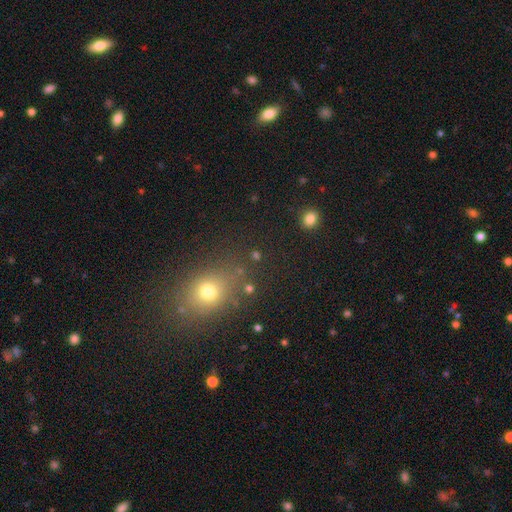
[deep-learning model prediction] Smooth or featured?
  - smooth: 62% *
  - star or artifact: 29%
  - featured or disk: 9%
How rounded?
  - round: 72% *
  - in between: 25%
  - cigar-shaped: 3%
Merging?
  - none: 80% *
  - minor disturbance: 9%
  - merger: 6%
  - major disturbance: 5%